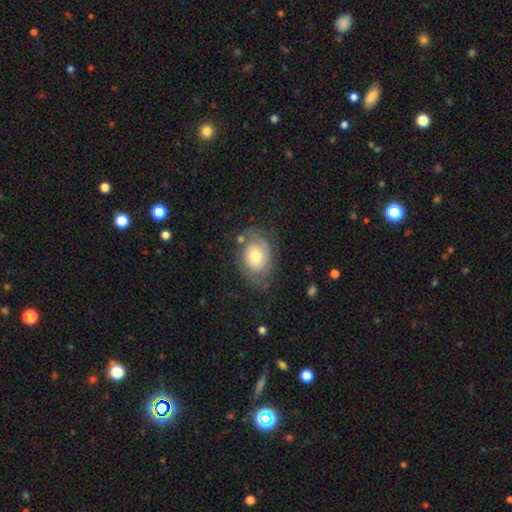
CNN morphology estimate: smooth_or_featured: featured or disk (p=0.49) [alt: smooth p=0.43]
merging: none (p=0.62) [alt: minor disturbance p=0.23]